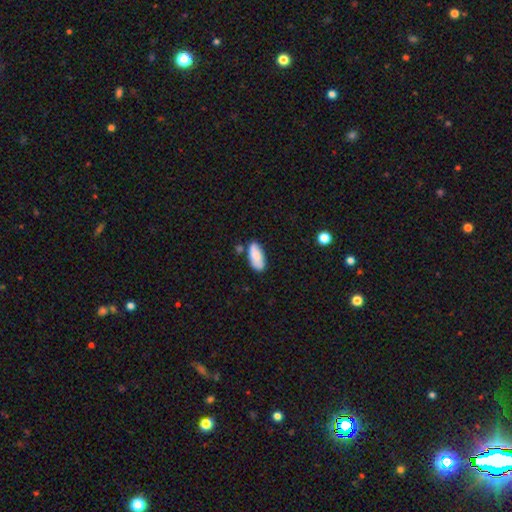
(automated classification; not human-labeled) Q: Smooth or featured?
A: smooth (84%); runner-up: featured or disk (9%)
Q: How rounded?
A: in between (88%); runner-up: cigar-shaped (10%)
Q: Merging?
A: none (67%); runner-up: minor disturbance (21%)